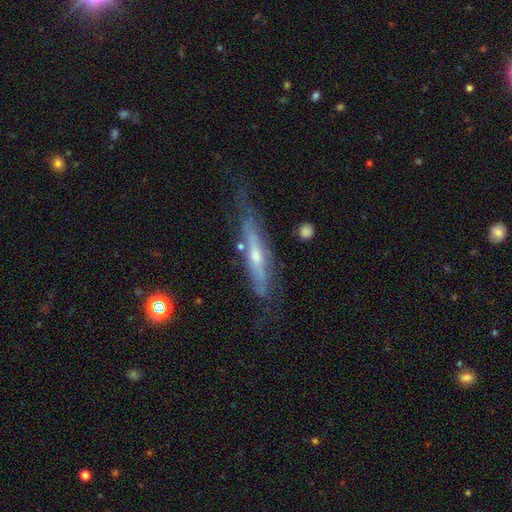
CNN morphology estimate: A featured or disk galaxy (74%) viewed edge-on (78%) with a rounded central bulge (69%).

Vote fractions:
- Smooth or featured? featured or disk: 74% / smooth: 19% / star or artifact: 7%
- Edge-on disk? yes: 78% / no: 22%
- Edge-on bulge? rounded: 69% / none: 26% / boxy: 5%
- Merging? none: 63% / minor disturbance: 25% / major disturbance: 9% / merger: 3%